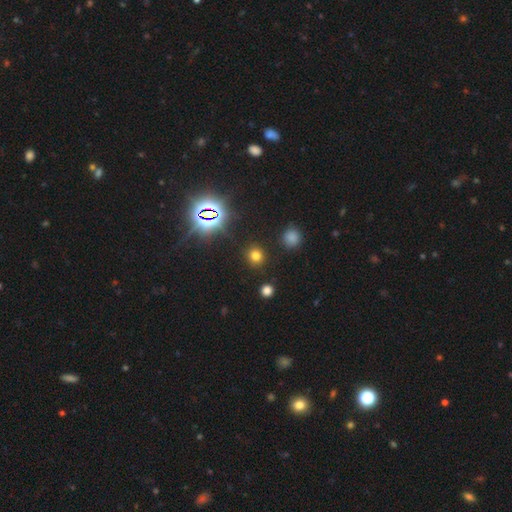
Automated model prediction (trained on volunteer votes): Smooth or featured?
  - smooth: 70% *
  - star or artifact: 24%
  - featured or disk: 6%
How rounded?
  - round: 88% *
  - in between: 11%
  - cigar-shaped: 1%
Merging?
  - none: 89% *
  - minor disturbance: 6%
  - major disturbance: 3%
  - merger: 2%